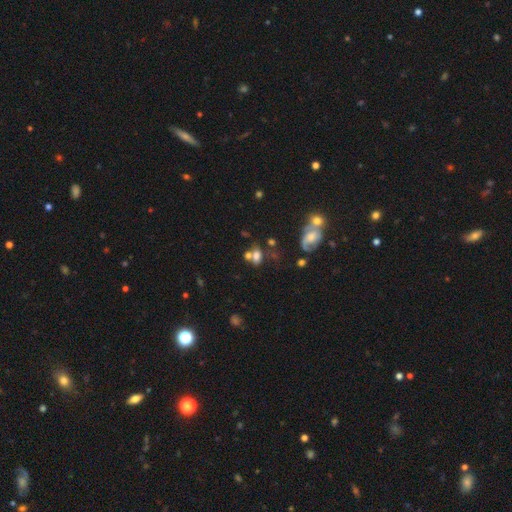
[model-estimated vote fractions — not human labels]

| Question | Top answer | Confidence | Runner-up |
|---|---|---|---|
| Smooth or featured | smooth | 64% | featured or disk (21%) |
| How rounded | in between | 73% | round (23%) |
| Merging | merger | 40% | none (36%) |